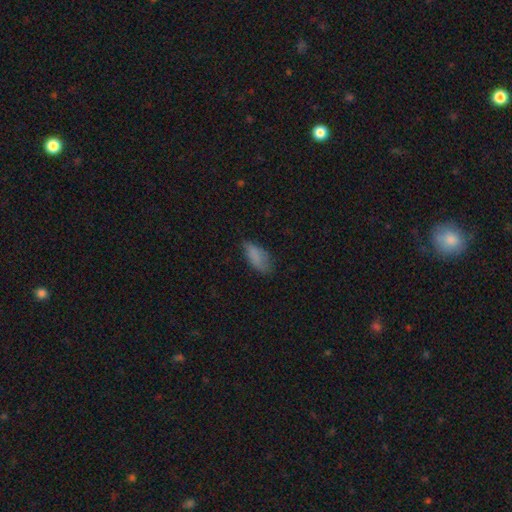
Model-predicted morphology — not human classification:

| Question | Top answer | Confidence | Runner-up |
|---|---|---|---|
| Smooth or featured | smooth | 82% | featured or disk (9%) |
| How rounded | in between | 86% | cigar-shaped (11%) |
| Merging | none | 63% | minor disturbance (28%) |